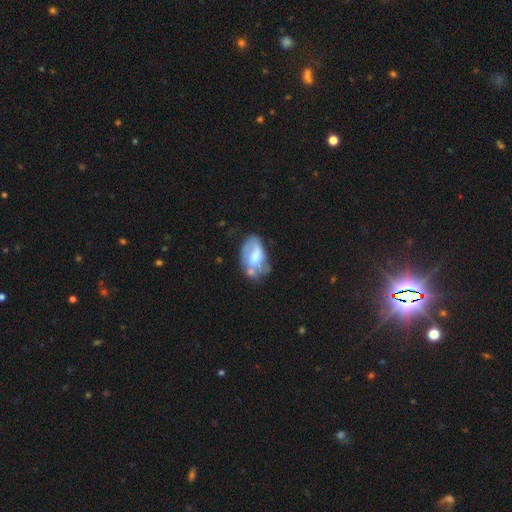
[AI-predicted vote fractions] Smooth or featured? featured or disk (48%)
Merging? none (38%)